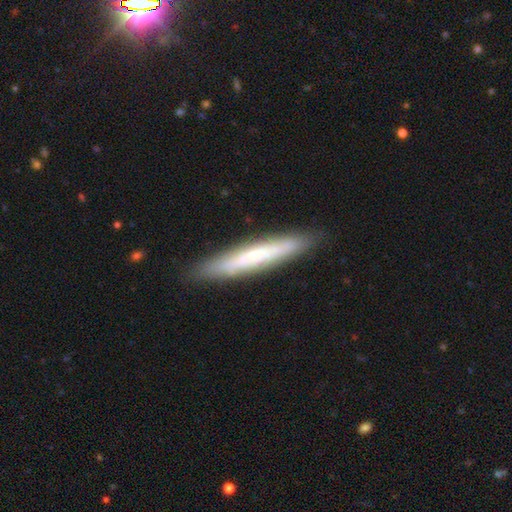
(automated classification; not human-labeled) The model was most divided on "smooth or featured": smooth: 52%, featured or disk: 41%, star or artifact: 6%. More confident: how rounded — cigar-shaped (94%); merging — none (88%).